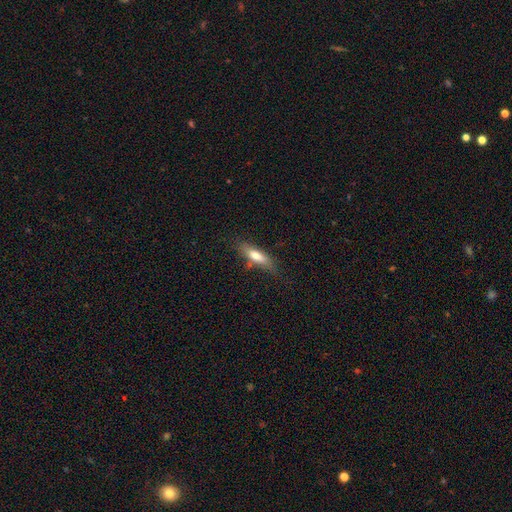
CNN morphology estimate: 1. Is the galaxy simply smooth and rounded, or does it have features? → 68% smooth, 25% featured or disk, 7% star or artifact.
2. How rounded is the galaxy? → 58% cigar-shaped, 40% in between, 2% round.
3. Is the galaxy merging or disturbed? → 71% none, 19% minor disturbance, 5% major disturbance, 4% merger.